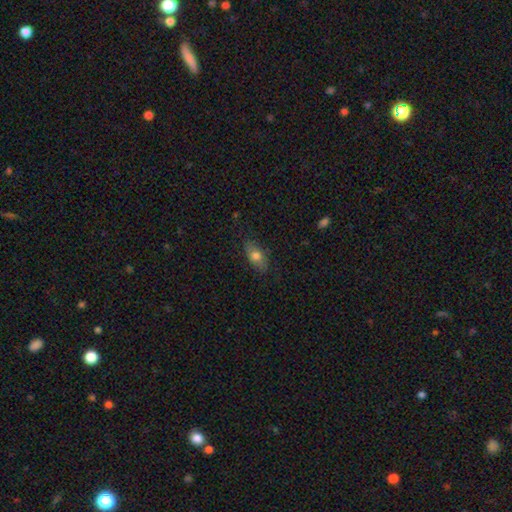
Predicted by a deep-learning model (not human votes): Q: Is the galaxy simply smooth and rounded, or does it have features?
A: smooth — 74%.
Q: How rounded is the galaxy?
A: in between — 85%.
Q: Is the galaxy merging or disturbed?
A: none — 83%.